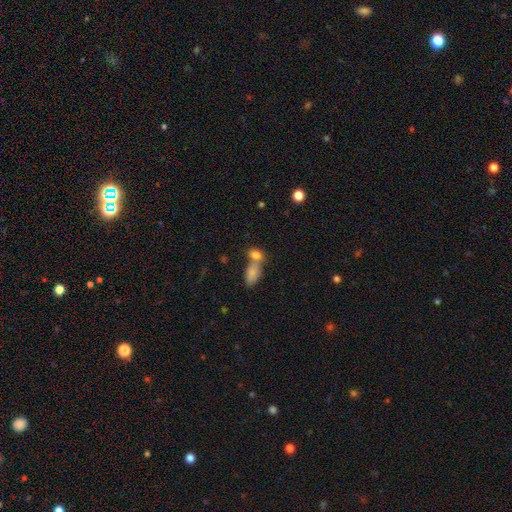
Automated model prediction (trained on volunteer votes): Smooth or featured?
  - smooth: 80% *
  - featured or disk: 10%
  - star or artifact: 10%
How rounded?
  - in between: 78% *
  - round: 18%
  - cigar-shaped: 4%
Merging?
  - merger: 56% *
  - none: 32%
  - minor disturbance: 8%
  - major disturbance: 4%